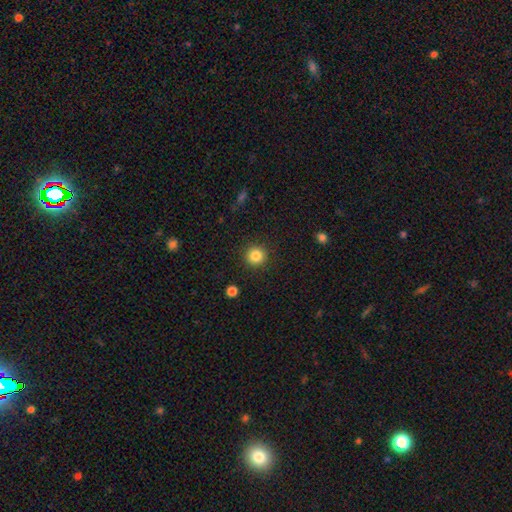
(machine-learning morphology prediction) Overall: smooth (84%). How rounded: round (95%). Merging: none (91%).